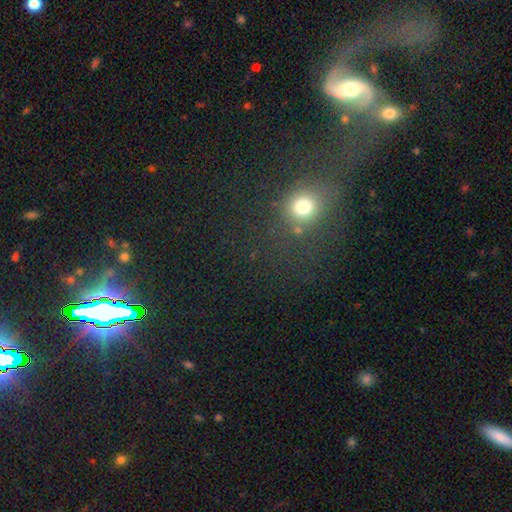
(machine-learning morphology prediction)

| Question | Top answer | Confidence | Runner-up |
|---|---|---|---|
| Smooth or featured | star or artifact | 44% | smooth (42%) |